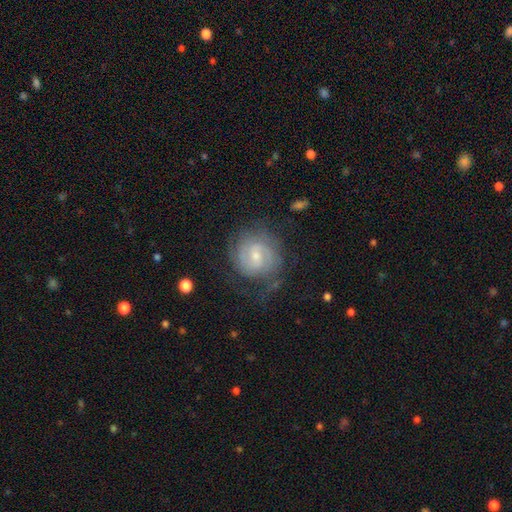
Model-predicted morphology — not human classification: smooth-or-featured: featured or disk: 81% | smooth: 14% | star or artifact: 6%
  disk-edge-on: no: 98% | yes: 2%
    bar: weak: 57% | no: 31% | strong: 11%
    has-spiral-arms: yes: 94% | no: 6%
      spiral-winding: tight: 55% | medium: 35% | loose: 10%
      spiral-arm-count: 2: 64% | can't tell: 19% | 3: 8% | 1: 3% | 4: 3% | more than 4: 2%
    bulge-size: small: 61% | moderate: 34% | none: 3% | large: 2% | dominant: 1%
  merging: none: 65% | minor disturbance: 20% | major disturbance: 14% | merger: 2%